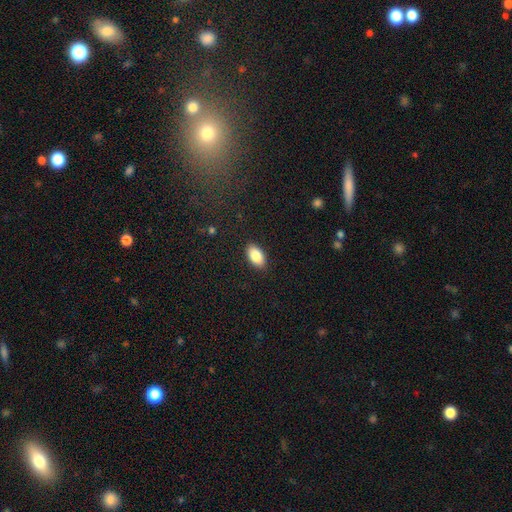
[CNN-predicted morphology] smooth_or_featured: smooth (p=0.88) [alt: star or artifact p=0.07]
how_rounded: in between (p=0.94) [alt: round p=0.04]
merging: none (p=0.89) [alt: minor disturbance p=0.08]